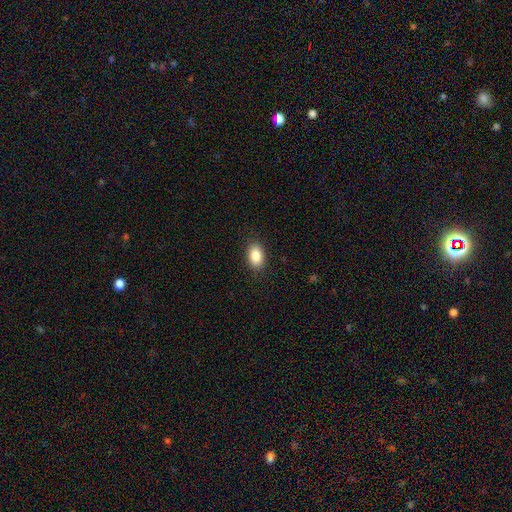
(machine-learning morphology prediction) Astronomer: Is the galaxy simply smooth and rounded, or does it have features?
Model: smooth — 88%.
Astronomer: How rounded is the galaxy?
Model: in between — 89%.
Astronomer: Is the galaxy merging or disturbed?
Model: none — 89%.